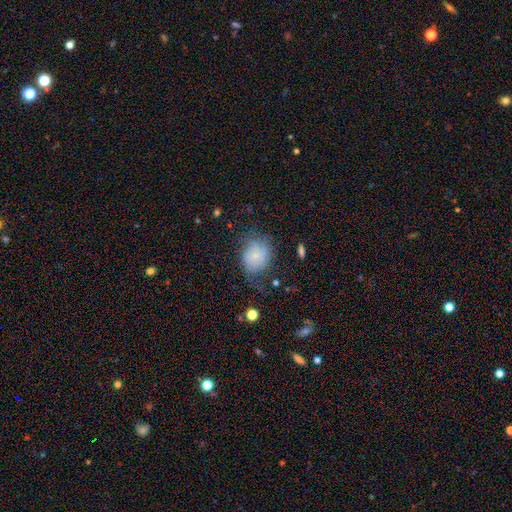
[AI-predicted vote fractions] The model was most divided on "merging": none: 48%, minor disturbance: 30%, major disturbance: 20%, merger: 2%. More confident: how rounded — round (67%); smooth or featured — smooth (60%).